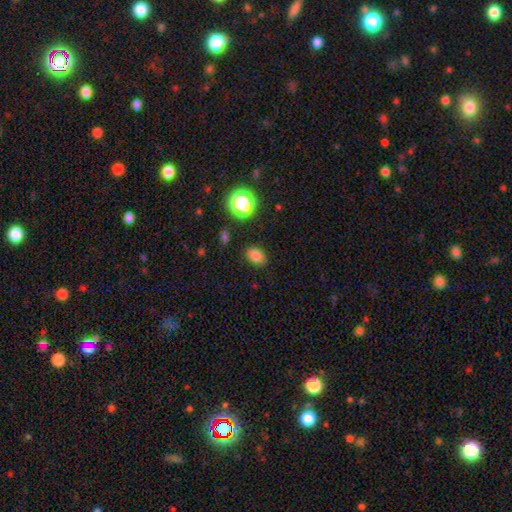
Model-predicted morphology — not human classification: smooth-or-featured: smooth: 80% | star or artifact: 14% | featured or disk: 5%
  how-rounded: in between: 72% | round: 27% | cigar-shaped: 1%
  merging: none: 85% | minor disturbance: 11% | major disturbance: 3% | merger: 2%